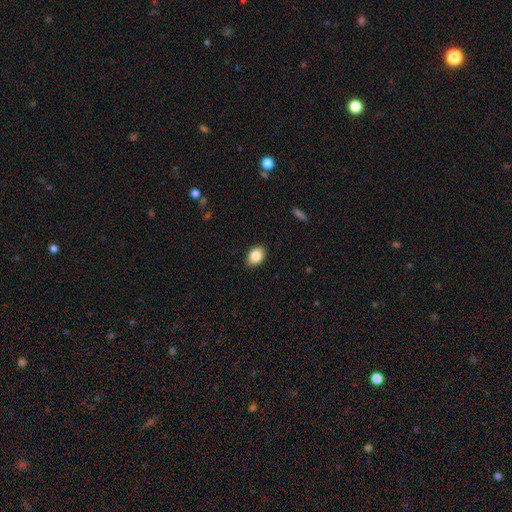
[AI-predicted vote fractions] smooth-or-featured: smooth: 86% | star or artifact: 8% | featured or disk: 7%
  how-rounded: in between: 77% | round: 22% | cigar-shaped: 1%
  merging: none: 89% | minor disturbance: 8% | major disturbance: 2% | merger: 1%